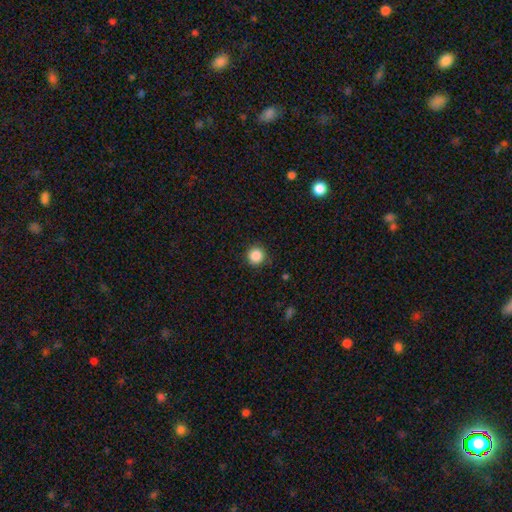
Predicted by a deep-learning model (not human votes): Smooth or featured? Predicted: smooth (p=0.86). How rounded? Predicted: round (p=0.95). Merging? Predicted: none (p=0.90).